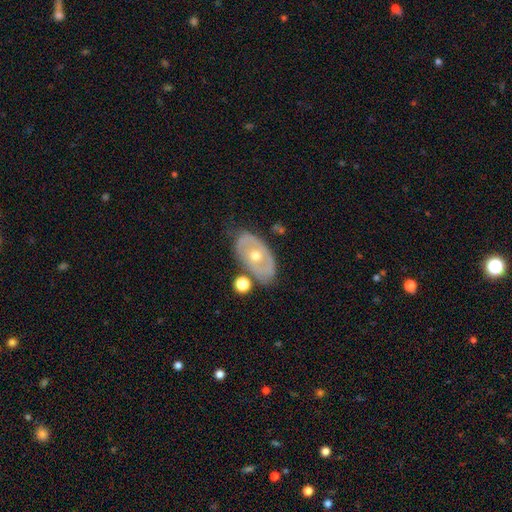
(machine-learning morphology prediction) Smooth or featured? Predicted: featured or disk (p=0.63). Edge-on disk? Predicted: no (p=0.90). Bar? Predicted: no (p=0.86). Spiral arms? Predicted: no (p=0.76). Bulge size? Predicted: moderate (p=0.72). Merging? Predicted: none (p=0.70).